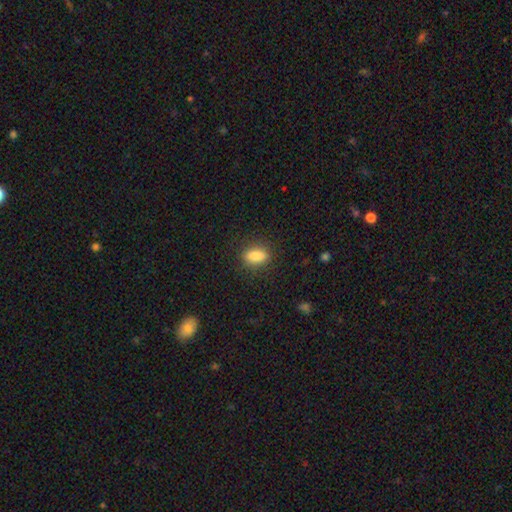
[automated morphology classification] This appears to be a smooth galaxy with no disk features (84%) that is in between round and cigar-shaped (81%). Merging: none (85%).